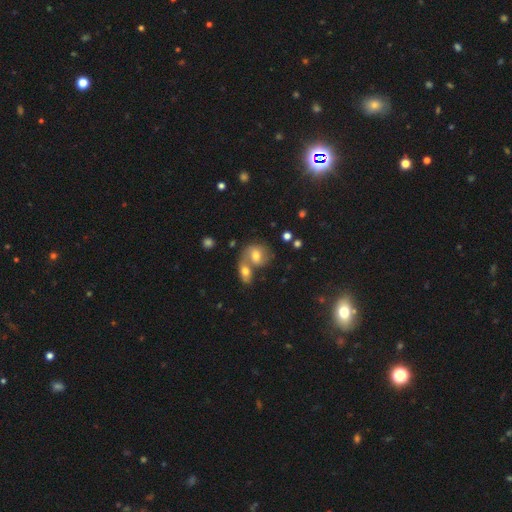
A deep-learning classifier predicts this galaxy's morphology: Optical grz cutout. It shows a smooth galaxy with no disk features (57%) that is round (54%). Merging: merger (59%).